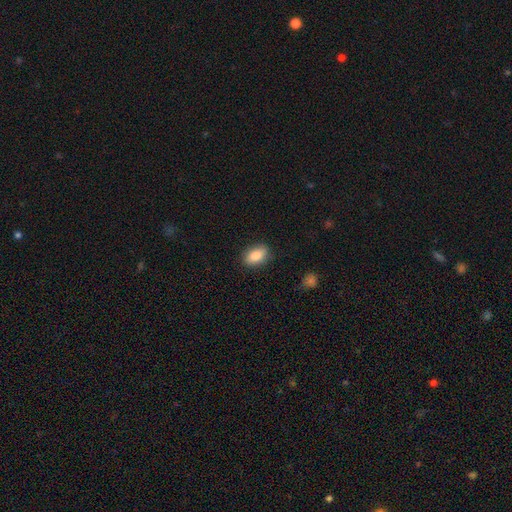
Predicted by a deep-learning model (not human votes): Smooth or featured? Predicted: smooth (p=0.86). How rounded? Predicted: in between (p=0.89). Merging? Predicted: none (p=0.86).